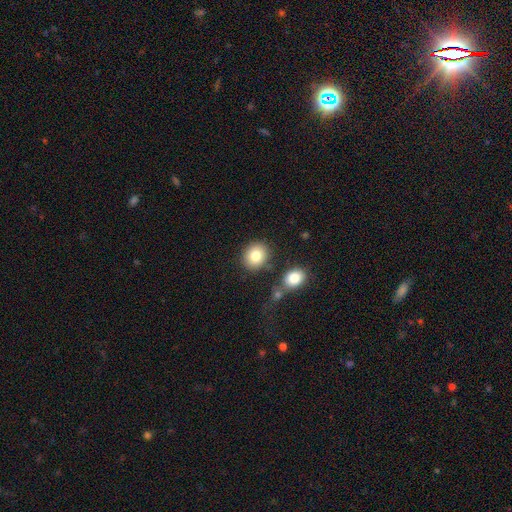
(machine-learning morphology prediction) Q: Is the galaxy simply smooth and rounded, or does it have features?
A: smooth — 82%.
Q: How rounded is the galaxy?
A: round — 72%.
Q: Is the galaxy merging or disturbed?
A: none — 80%.